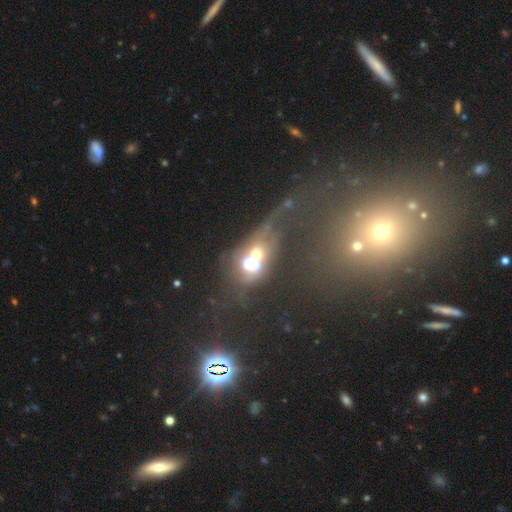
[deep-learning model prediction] Overall: featured or disk (48%; smooth 34%). Merging: merger (66%).